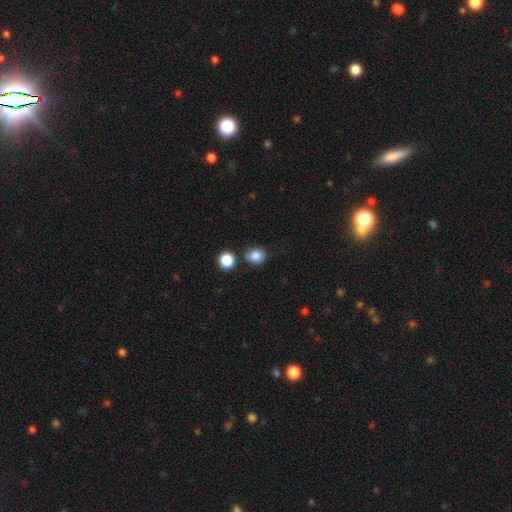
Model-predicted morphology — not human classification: Overall: smooth (85%). How rounded: round (76%). Merging: none (78%).